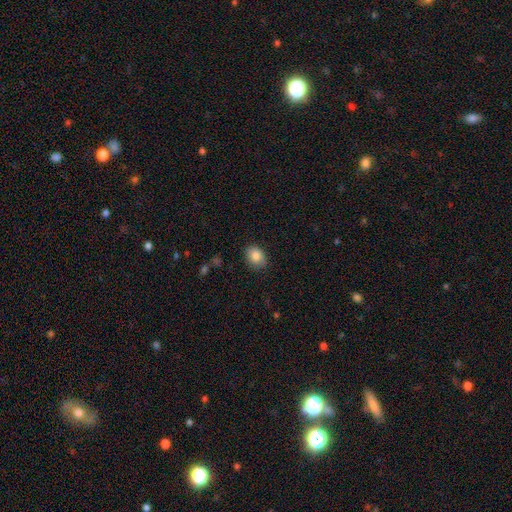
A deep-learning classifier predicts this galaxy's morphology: This appears to be a smooth galaxy with no disk features (86%) that is in between round and cigar-shaped (66%). Merging: none (83%).